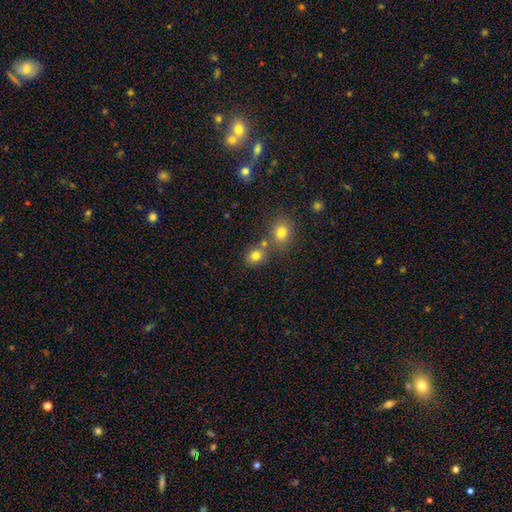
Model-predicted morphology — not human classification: A smooth galaxy with no disk features (79%) that is round (72%).

Vote fractions:
- Smooth or featured? smooth: 79% / star or artifact: 13% / featured or disk: 8%
- How rounded? round: 72% / in between: 27% / cigar-shaped: 1%
- Merging? none: 62% / merger: 25% / minor disturbance: 9% / major disturbance: 3%